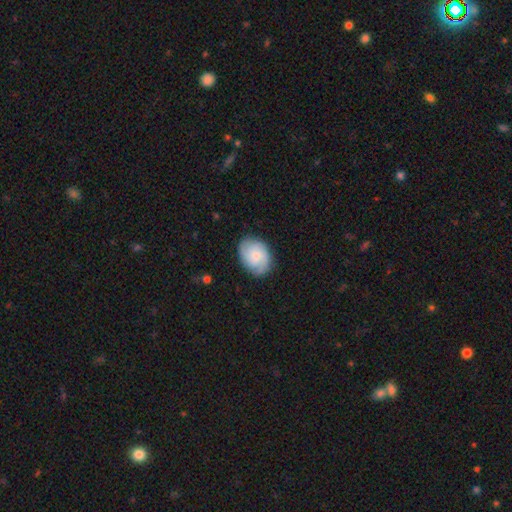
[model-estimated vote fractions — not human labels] smooth-or-featured: featured or disk: 47% | smooth: 46% | star or artifact: 7%
  merging: none: 79% | minor disturbance: 16% | major disturbance: 4% | merger: 1%